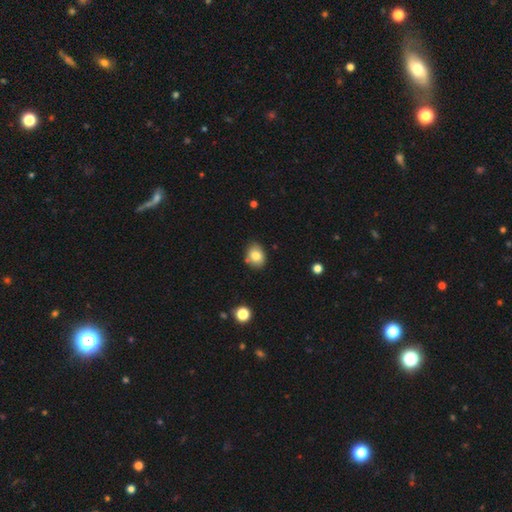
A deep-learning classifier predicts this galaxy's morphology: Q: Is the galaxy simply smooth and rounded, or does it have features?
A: smooth — 81%.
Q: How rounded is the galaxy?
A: in between — 57%.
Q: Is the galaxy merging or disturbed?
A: none — 79%.